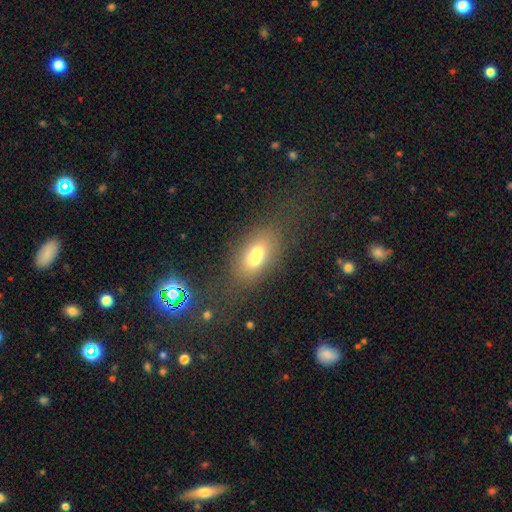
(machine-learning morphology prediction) smooth 61%, featured or disk 27%, star or artifact 12%. Down the decision tree: how rounded — in between (76%); merging — merger (54%).